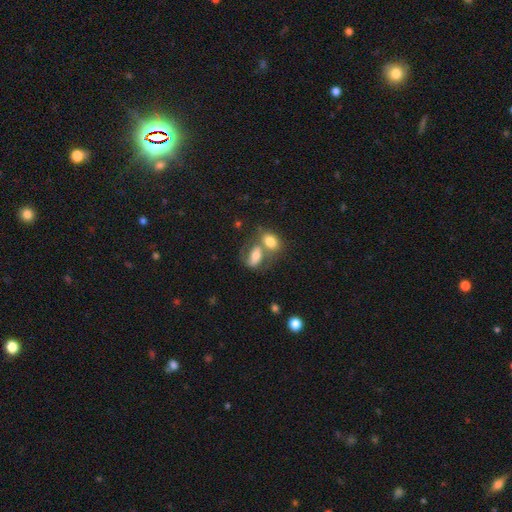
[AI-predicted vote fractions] Smooth or featured? Predicted: smooth (p=0.63). How rounded? Predicted: in between (p=0.84). Merging? Predicted: merger (p=0.58).